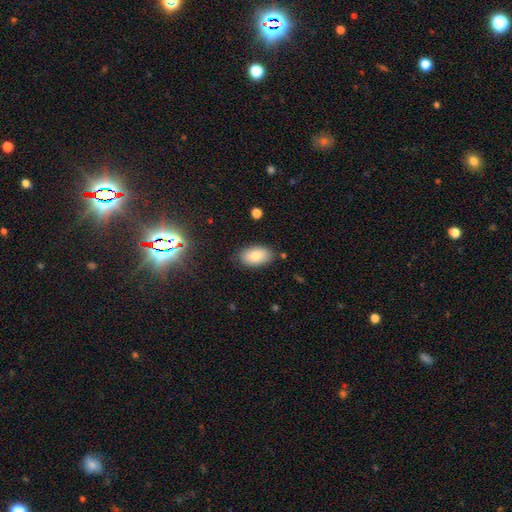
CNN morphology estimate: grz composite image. It shows a smooth galaxy with no disk features (81%) that is in between round and cigar-shaped (94%). Merging: none (83%).